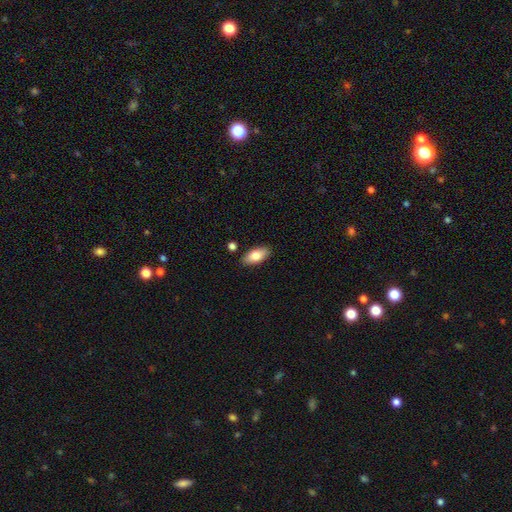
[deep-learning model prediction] Smooth or featured? smooth (80%)
How rounded? in between (90%)
Merging? none (87%)